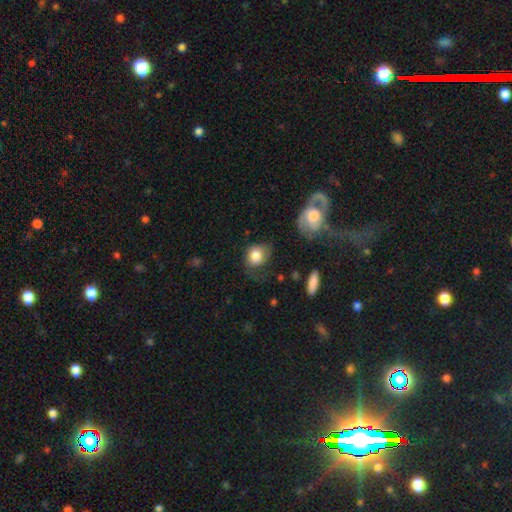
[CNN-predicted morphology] Q: Smooth or featured?
A: smooth (77%); runner-up: featured or disk (16%)
Q: How rounded?
A: round (59%); runner-up: in between (40%)
Q: Merging?
A: none (41%); runner-up: minor disturbance (30%)